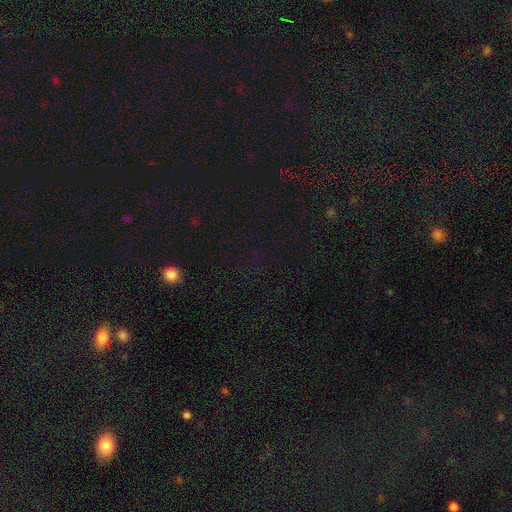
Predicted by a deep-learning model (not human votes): smooth-or-featured: star or artifact: 72% | smooth: 21% | featured or disk: 7%